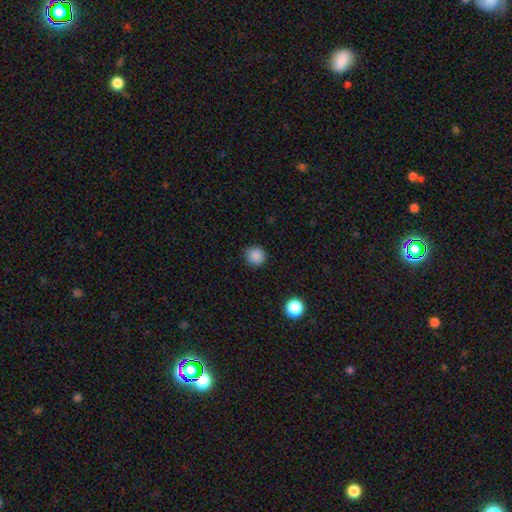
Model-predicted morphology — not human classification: Q: Smooth or featured?
A: smooth (87%); runner-up: star or artifact (11%)
Q: How rounded?
A: round (93%); runner-up: in between (6%)
Q: Merging?
A: none (90%); runner-up: minor disturbance (6%)